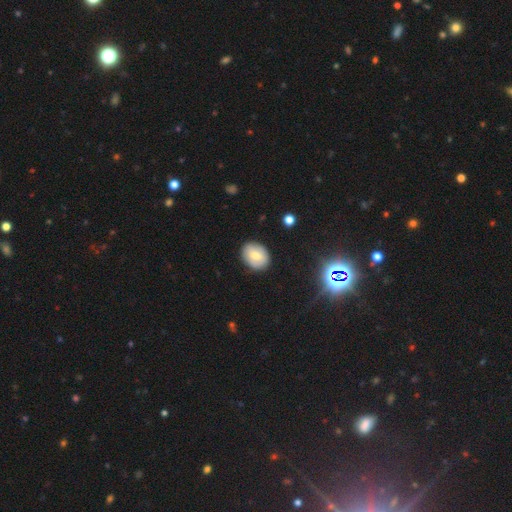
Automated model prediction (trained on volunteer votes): Overall: smooth (68%). How rounded: in between (64%; round 35%). Merging: none (85%).